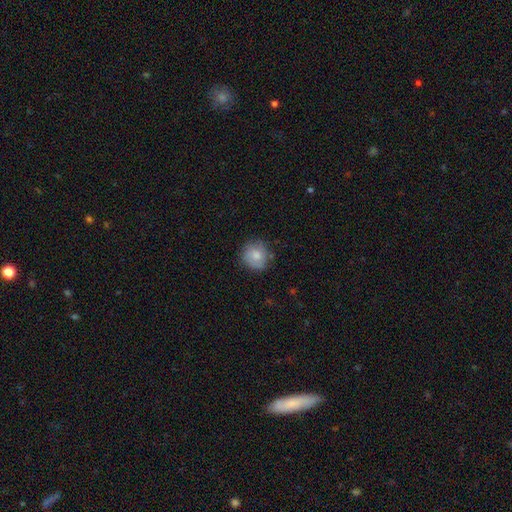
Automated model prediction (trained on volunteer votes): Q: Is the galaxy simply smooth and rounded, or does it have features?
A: smooth — 75%.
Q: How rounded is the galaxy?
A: round — 87%.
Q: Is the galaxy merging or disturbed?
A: none — 74%.